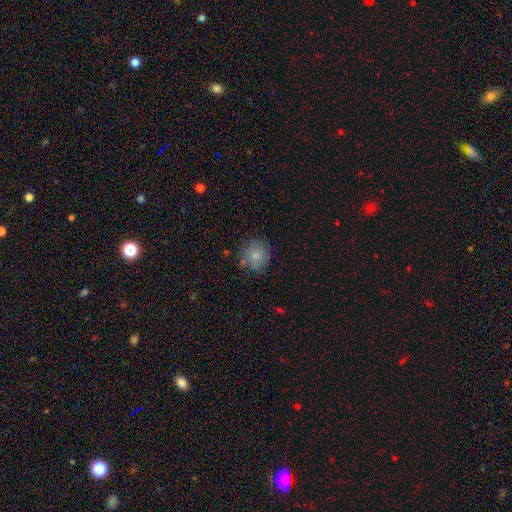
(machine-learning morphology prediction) smooth_or_featured: smooth (p=0.79) [alt: featured or disk p=0.12]
how_rounded: round (p=0.81) [alt: in between p=0.18]
merging: none (p=0.73) [alt: minor disturbance p=0.18]